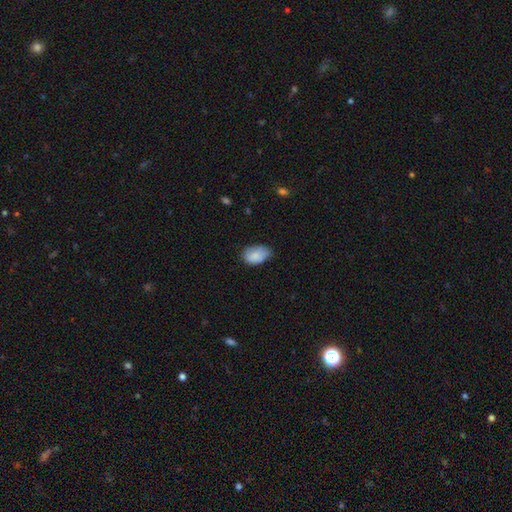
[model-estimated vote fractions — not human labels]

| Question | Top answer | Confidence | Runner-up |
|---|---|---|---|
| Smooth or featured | smooth | 82% | featured or disk (11%) |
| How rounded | in between | 88% | round (10%) |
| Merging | none | 53% | minor disturbance (38%) |